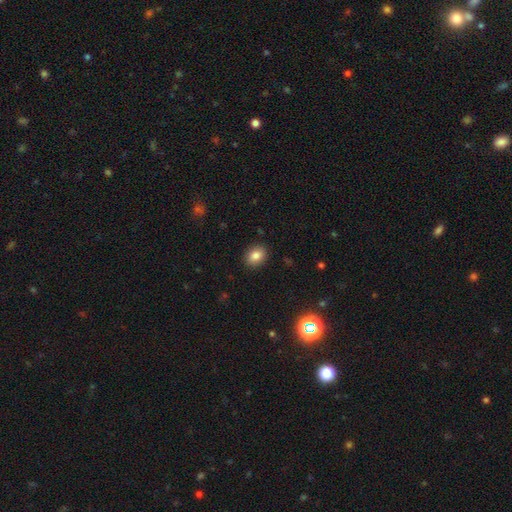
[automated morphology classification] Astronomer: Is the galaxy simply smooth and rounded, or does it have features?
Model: smooth — 84%.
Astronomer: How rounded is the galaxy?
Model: in between — 58% (runner-up: round, 41%).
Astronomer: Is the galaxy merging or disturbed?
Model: none — 89%.